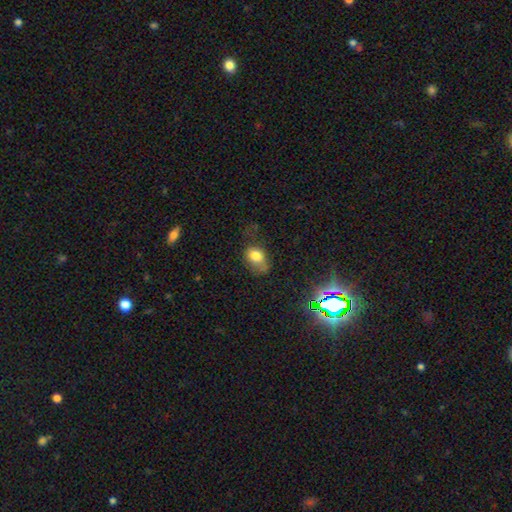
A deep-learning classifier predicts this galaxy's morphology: Smooth or featured?
  - smooth: 77% *
  - star or artifact: 12%
  - featured or disk: 11%
How rounded?
  - in between: 67% *
  - round: 32%
  - cigar-shaped: 1%
Merging?
  - none: 43% *
  - minor disturbance: 34%
  - major disturbance: 19%
  - merger: 5%